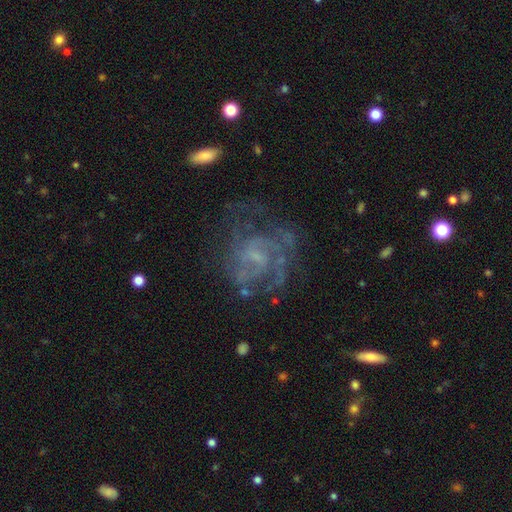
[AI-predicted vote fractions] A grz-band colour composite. It shows a featured or disk galaxy (76%) with no bar (54%), tight (43%) spiral arms (81%) and a small central bulge (46%). Merging: none (57%).